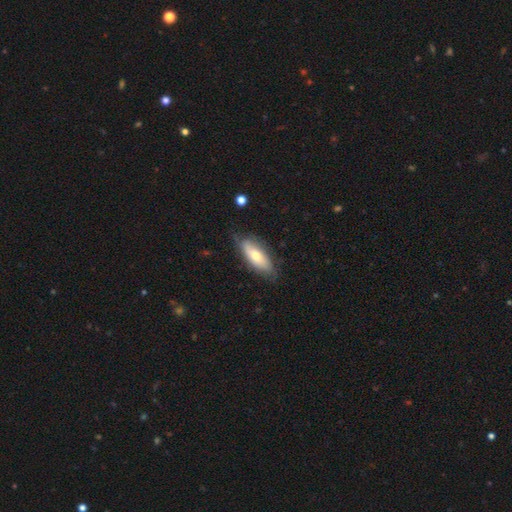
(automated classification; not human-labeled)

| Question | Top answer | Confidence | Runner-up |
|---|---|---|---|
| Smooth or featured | smooth | 62% | featured or disk (32%) |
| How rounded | in between | 77% | cigar-shaped (21%) |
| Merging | none | 73% | minor disturbance (21%) |